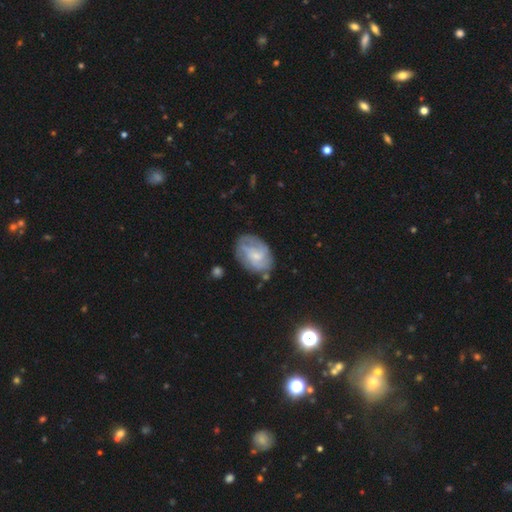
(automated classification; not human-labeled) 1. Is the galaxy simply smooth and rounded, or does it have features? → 58% featured or disk, 35% smooth, 7% star or artifact.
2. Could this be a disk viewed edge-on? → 97% no, 3% yes.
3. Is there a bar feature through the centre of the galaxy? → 61% no, 34% weak, 5% strong.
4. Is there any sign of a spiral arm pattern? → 78% yes, 22% no.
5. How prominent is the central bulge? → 65% small, 26% moderate, 7% none, 2% large, 1% dominant.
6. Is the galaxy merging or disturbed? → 65% none, 23% minor disturbance, 9% major disturbance, 3% merger.